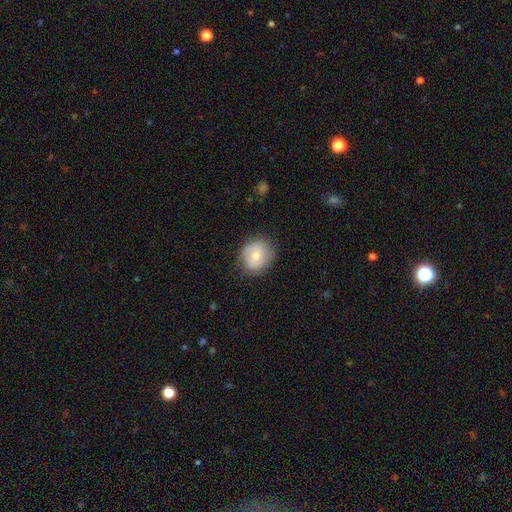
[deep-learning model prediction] This appears to be a smooth galaxy with no disk features (64%) that is round (80%). Merging: none (78%).